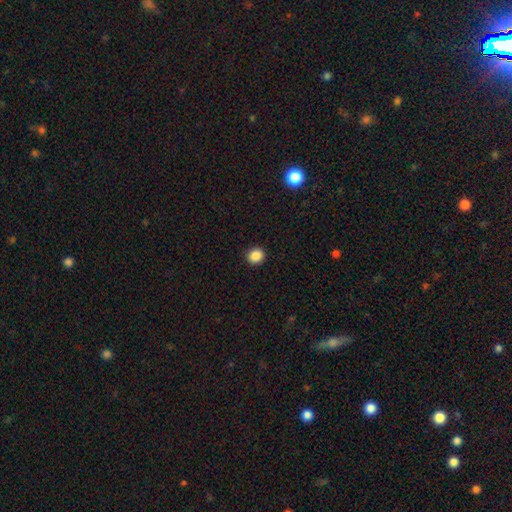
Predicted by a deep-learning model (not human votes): Morphology: type=smooth (87%); roundness=round (86%); merging=none (92%).